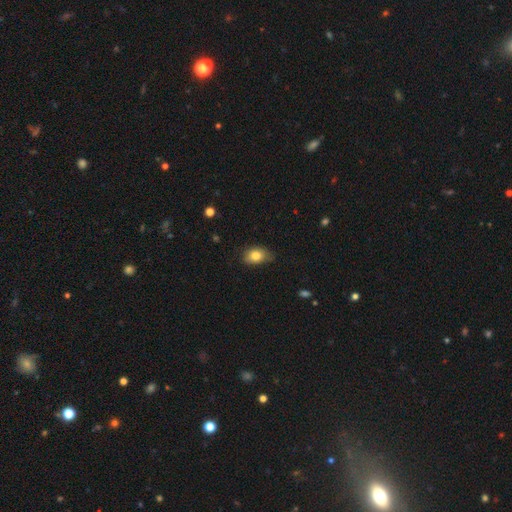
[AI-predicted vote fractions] Q: Smooth or featured?
A: smooth (81%); runner-up: featured or disk (10%)
Q: How rounded?
A: in between (78%); runner-up: round (20%)
Q: Merging?
A: none (65%); runner-up: minor disturbance (29%)